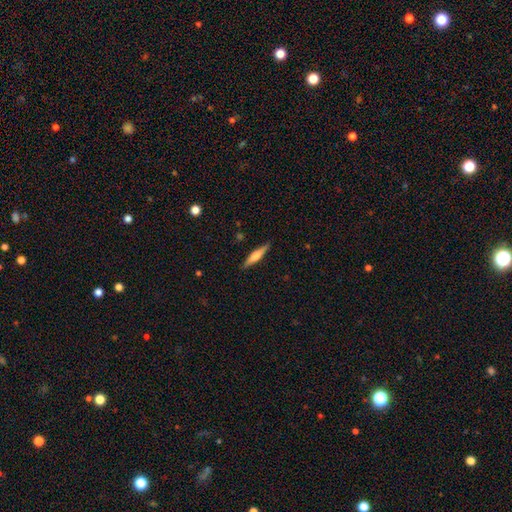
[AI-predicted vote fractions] Overall: featured or disk (56%; smooth 38%). Edge-on disk: yes (96%). Edge-on bulge: rounded (84%). Merging: none (89%).